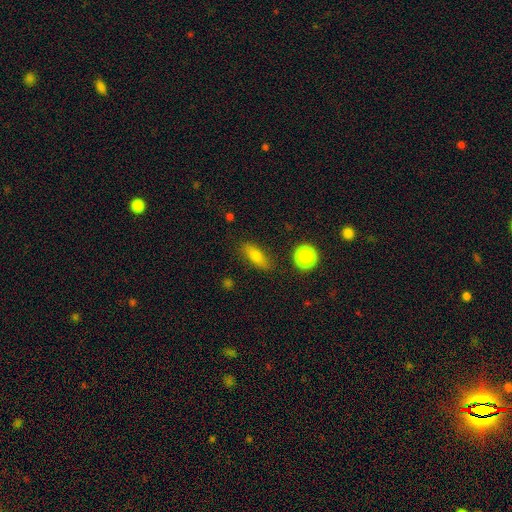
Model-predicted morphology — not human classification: A smooth galaxy with no disk features (71%) that is in between round and cigar-shaped (58%).

Vote fractions:
- Smooth or featured? smooth: 71% / featured or disk: 19% / star or artifact: 10%
- How rounded? in between: 58% / cigar-shaped: 36% / round: 6%
- Merging? none: 84% / minor disturbance: 12% / major disturbance: 3% / merger: 2%